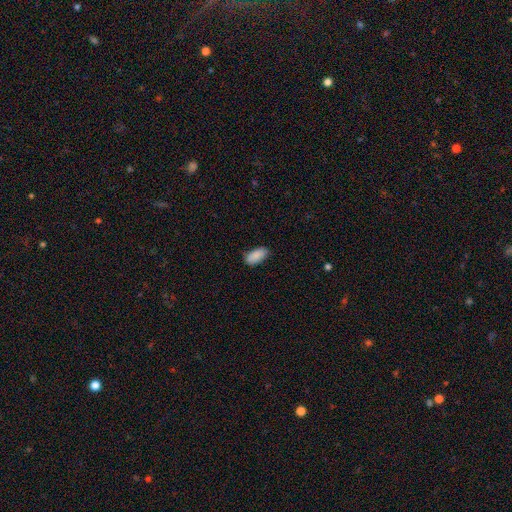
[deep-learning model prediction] A smooth galaxy with no disk features (88%) that is in between round and cigar-shaped (92%).

Vote fractions:
- Smooth or featured? smooth: 88% / star or artifact: 7% / featured or disk: 5%
- How rounded? in between: 92% / cigar-shaped: 6% / round: 2%
- Merging? none: 82% / minor disturbance: 14% / major disturbance: 3% / merger: 1%